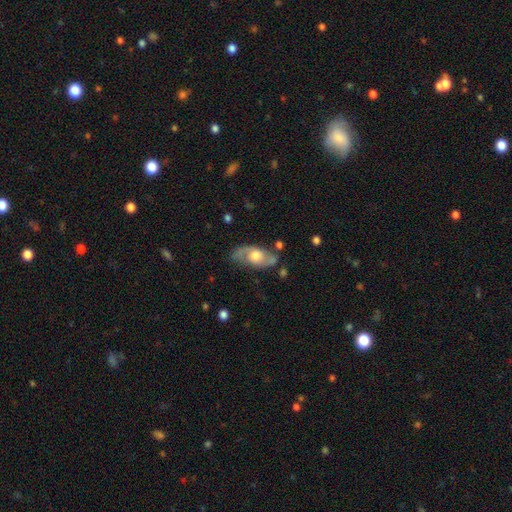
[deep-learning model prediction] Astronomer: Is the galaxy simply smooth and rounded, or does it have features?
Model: featured or disk — 68%.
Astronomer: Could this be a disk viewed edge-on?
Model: no — 87%.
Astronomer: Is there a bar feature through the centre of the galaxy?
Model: no — 73%.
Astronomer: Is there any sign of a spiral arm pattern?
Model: yes — 78%.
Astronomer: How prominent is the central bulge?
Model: moderate — 53% (runner-up: large, 34%).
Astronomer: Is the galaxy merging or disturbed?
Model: none — 71%.